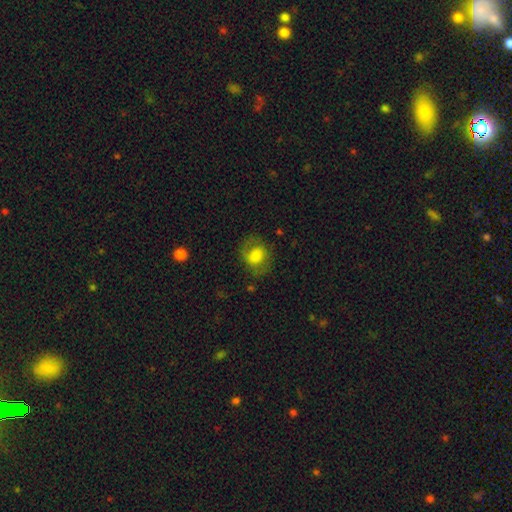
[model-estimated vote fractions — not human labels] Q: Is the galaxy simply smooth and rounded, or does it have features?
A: smooth — 65%.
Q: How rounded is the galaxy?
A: round — 58%.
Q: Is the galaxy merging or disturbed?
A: none — 66%.